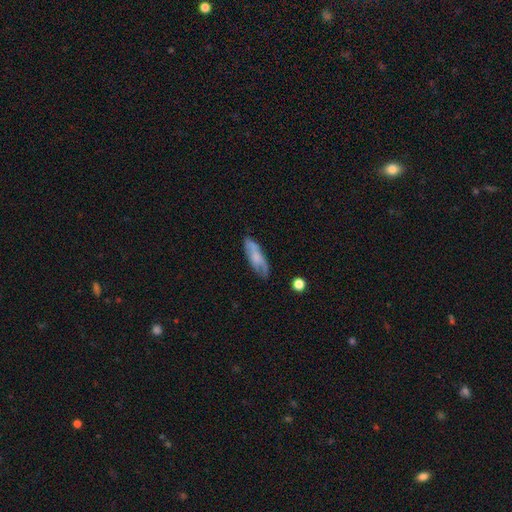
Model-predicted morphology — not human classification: Overall: smooth (53%; featured or disk 40%). How rounded: in between (54%; cigar-shaped 43%). Merging: none (71%).